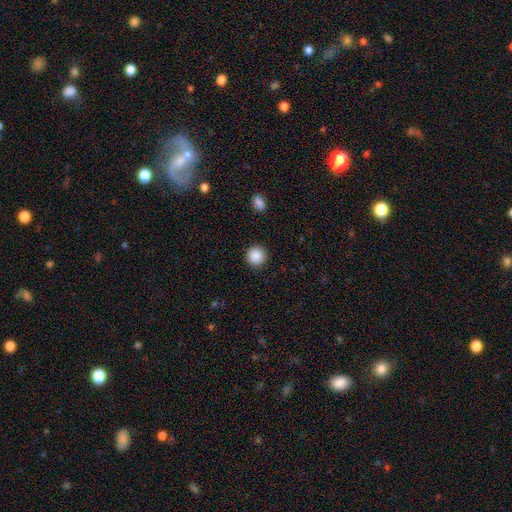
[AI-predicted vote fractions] smooth 88%, star or artifact 9%, featured or disk 3%. Down the decision tree: how rounded — round (95%); merging — none (91%).